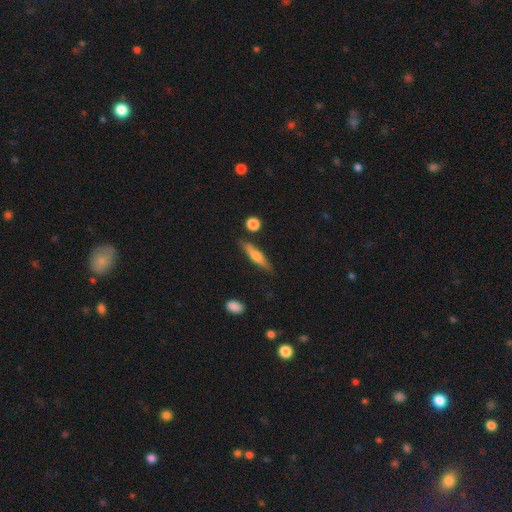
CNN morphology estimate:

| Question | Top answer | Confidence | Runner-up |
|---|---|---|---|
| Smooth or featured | smooth | 52% | featured or disk (42%) |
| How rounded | cigar-shaped | 81% | in between (17%) |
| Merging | none | 81% | minor disturbance (13%) |